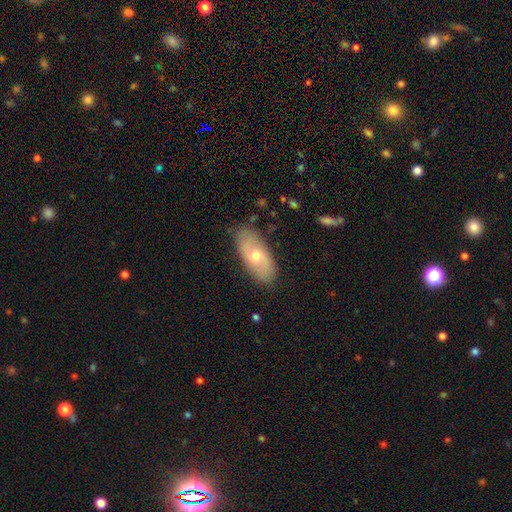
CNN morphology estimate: Smooth or featured? Predicted: smooth (p=0.53). How rounded? Predicted: in between (p=0.88). Merging? Predicted: none (p=0.83).